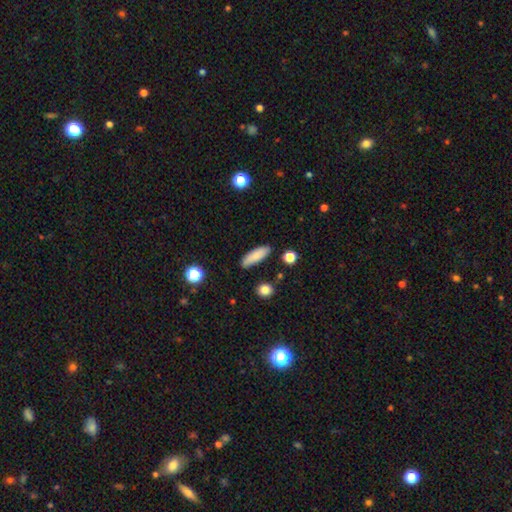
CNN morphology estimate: Smooth or featured?
  - smooth: 81% *
  - featured or disk: 11%
  - star or artifact: 7%
How rounded?
  - in between: 50% *
  - cigar-shaped: 47%
  - round: 2%
Merging?
  - none: 83% *
  - minor disturbance: 12%
  - merger: 3%
  - major disturbance: 2%